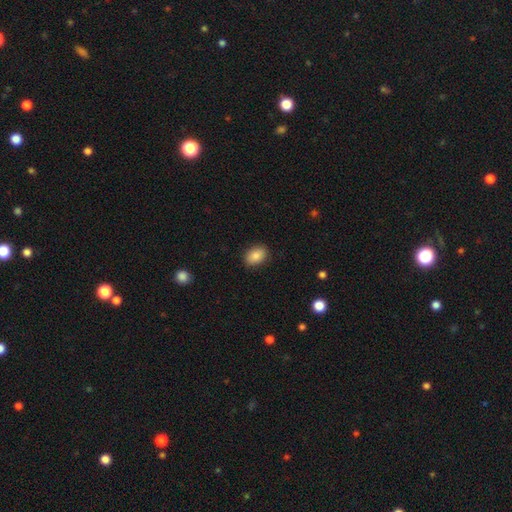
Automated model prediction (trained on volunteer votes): Smooth or featured? Predicted: smooth (p=0.87). How rounded? Predicted: in between (p=0.84). Merging? Predicted: none (p=0.87).